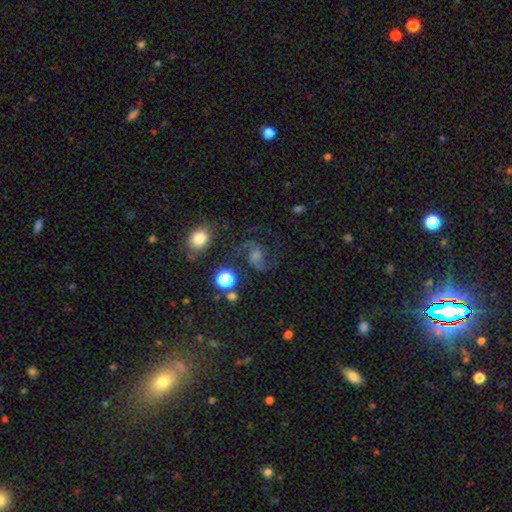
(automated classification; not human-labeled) Smooth or featured?
  - featured or disk: 77% *
  - star or artifact: 14%
  - smooth: 10%
Edge-on disk?
  - no: 98% *
  - yes: 2%
Bar?
  - no: 52% *
  - weak: 39%
  - strong: 10%
Spiral arms?
  - yes: 97% *
  - no: 3%
Spiral winding?
  - medium: 50% *
  - loose: 41%
  - tight: 9%
Spiral arm count?
  - 2: 92% *
  - can't tell: 2%
  - 1: 2%
  - 3: 1%
  - 4: 1%
  - more than 4: 1%
Bulge size?
  - moderate: 39% *
  - small: 36%
  - none: 13%
  - large: 10%
  - dominant: 3%
Merging?
  - none: 74% *
  - minor disturbance: 14%
  - major disturbance: 9%
  - merger: 3%